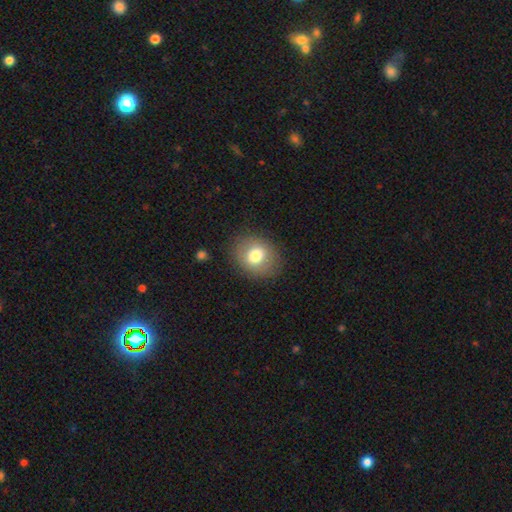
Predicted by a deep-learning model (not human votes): smooth 74%, featured or disk 17%, star or artifact 9%. Down the decision tree: how rounded — round (60%); merging — none (84%).